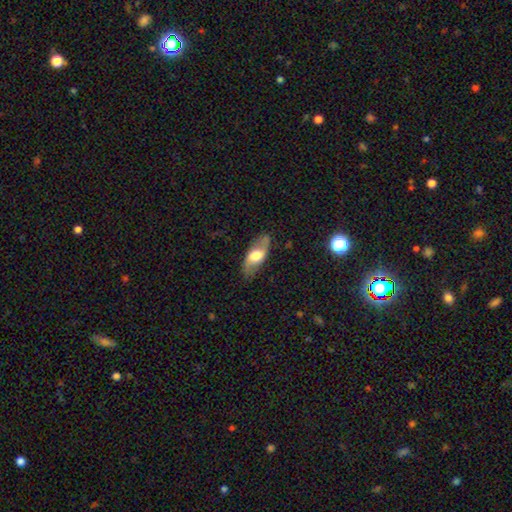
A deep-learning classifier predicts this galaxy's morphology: A featured or disk galaxy (56%). Merging: none (78%).